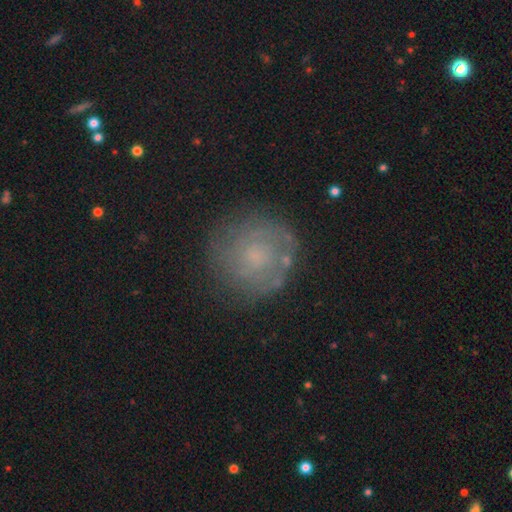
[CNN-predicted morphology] Smooth or featured? featured or disk (54%)
Edge-on disk? no (98%)
Bar? no (77%)
Spiral arms? yes (70%)
Bulge size? small (48%)
Merging? none (77%)